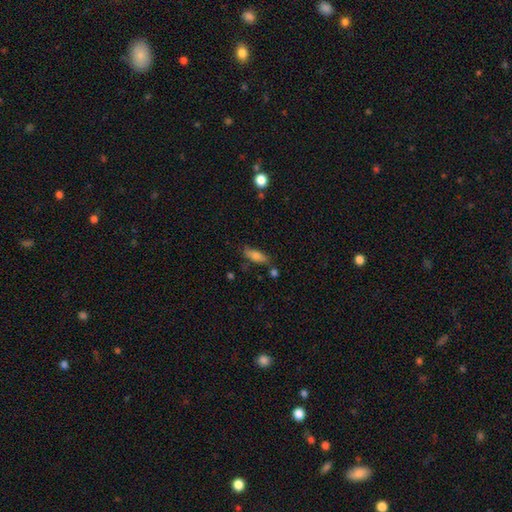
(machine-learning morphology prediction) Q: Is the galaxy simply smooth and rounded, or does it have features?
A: smooth — 76%.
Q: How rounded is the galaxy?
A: in between — 58%.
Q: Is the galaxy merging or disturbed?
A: none — 71%.